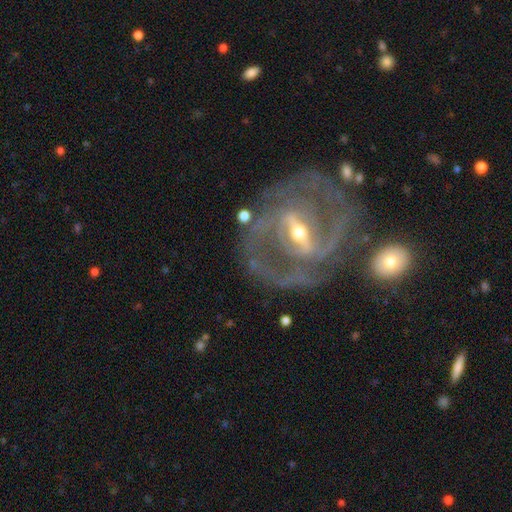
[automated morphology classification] Smooth or featured?
  - featured or disk: 89% *
  - star or artifact: 6%
  - smooth: 5%
Edge-on disk?
  - no: 95% *
  - yes: 5%
Bar?
  - strong: 64% *
  - weak: 28%
  - no: 8%
Spiral arms?
  - yes: 94% *
  - no: 6%
Spiral winding?
  - tight: 47% *
  - medium: 43%
  - loose: 10%
Spiral arm count?
  - 2: 66% *
  - can't tell: 13%
  - 3: 11%
  - 4: 4%
  - 1: 3%
  - more than 4: 3%
Bulge size?
  - small: 54% *
  - moderate: 42%
  - large: 2%
  - none: 1%
  - dominant: 1%
Merging?
  - none: 69% *
  - minor disturbance: 15%
  - major disturbance: 10%
  - merger: 6%